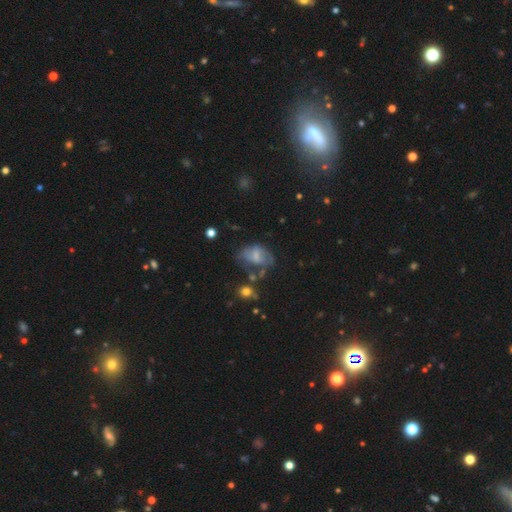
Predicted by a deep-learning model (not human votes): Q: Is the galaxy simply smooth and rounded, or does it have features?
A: smooth — 47%.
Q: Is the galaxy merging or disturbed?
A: none — 39%.